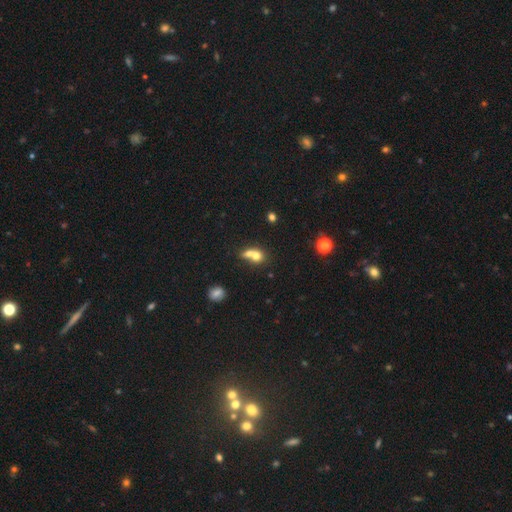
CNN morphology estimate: smooth 70%, featured or disk 17%, star or artifact 12%. Down the decision tree: how rounded — round (64%); merging — merger (64%).